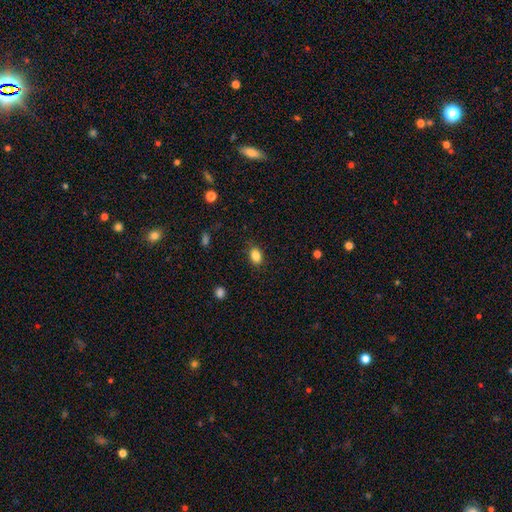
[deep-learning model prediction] Smooth or featured: smooth — 86% (star or artifact — 10%)
How rounded: in between — 74% (round — 24%)
Merging: none — 84% (minor disturbance — 12%)